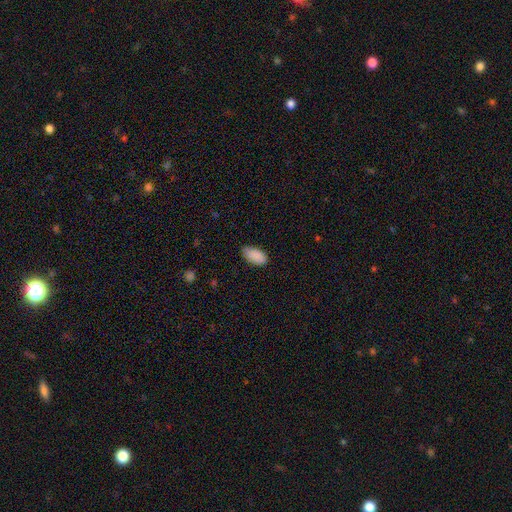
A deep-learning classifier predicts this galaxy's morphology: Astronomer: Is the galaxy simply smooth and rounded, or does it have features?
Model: smooth — 90%.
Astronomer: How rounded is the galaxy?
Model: in between — 95%.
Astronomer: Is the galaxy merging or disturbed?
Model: none — 74%.